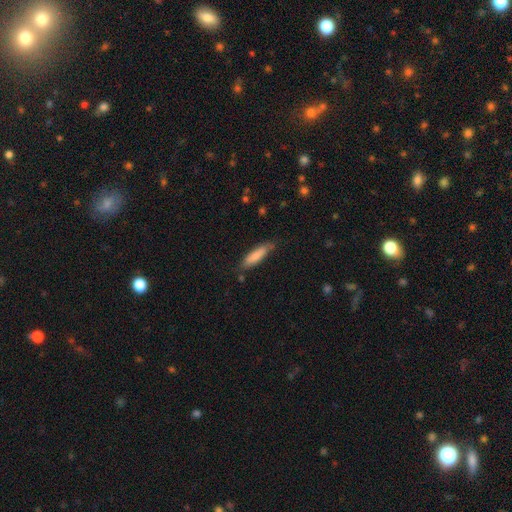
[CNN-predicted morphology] A smooth galaxy with no disk features (80%) that is cigar-shaped (69%).

Vote fractions:
- Smooth or featured? smooth: 80% / featured or disk: 14% / star or artifact: 6%
- How rounded? cigar-shaped: 69% / in between: 30% / round: 1%
- Merging? none: 75% / minor disturbance: 19% / major disturbance: 3% / merger: 2%